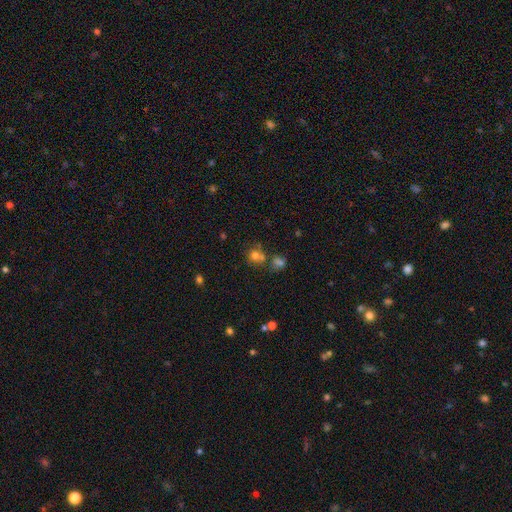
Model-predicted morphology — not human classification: A smooth galaxy with no disk features (71%) that is round (82%). Merging: none (51%).